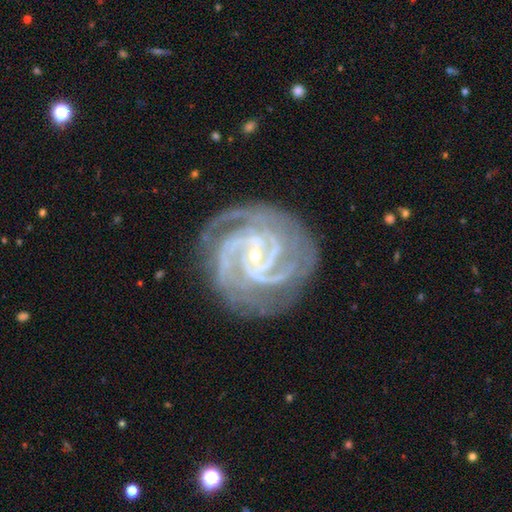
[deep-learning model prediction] Overall: featured or disk (93%). Edge-on disk: no (98%). Bar: weak (39%; no 35%). Spiral arms: yes (99%). Spiral arm count: 3 (36%; 4 22%). Spiral winding: tight (70%). Bulge size: small (80%). Merging: none (80%).